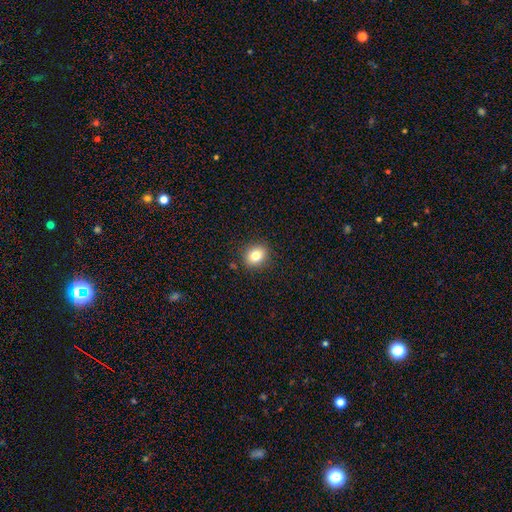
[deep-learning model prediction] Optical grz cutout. It shows a smooth galaxy with no disk features (81%) that is round (63%). Merging: none (89%).